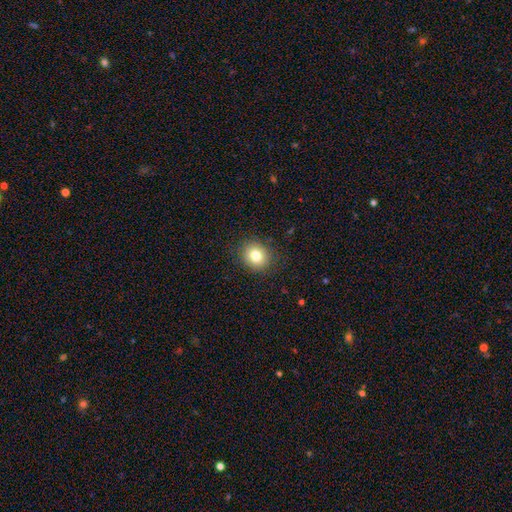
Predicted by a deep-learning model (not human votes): smooth_or_featured: smooth (p=0.80) [alt: star or artifact p=0.11]
how_rounded: round (p=0.77) [alt: in between p=0.22]
merging: none (p=0.89) [alt: minor disturbance p=0.08]